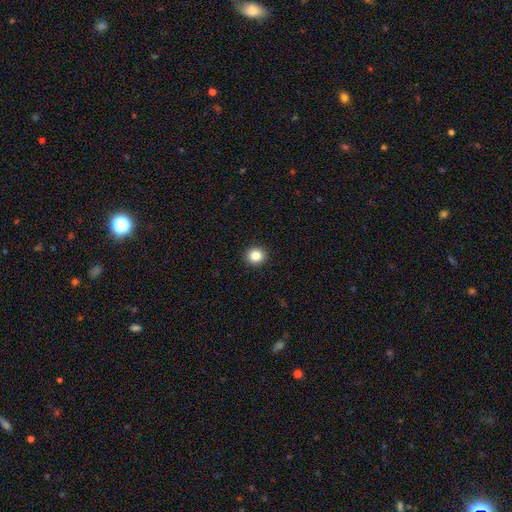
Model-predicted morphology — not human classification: smooth_or_featured: smooth (p=0.86) [alt: star or artifact p=0.10]
how_rounded: round (p=0.89) [alt: in between p=0.10]
merging: none (p=0.93) [alt: minor disturbance p=0.05]